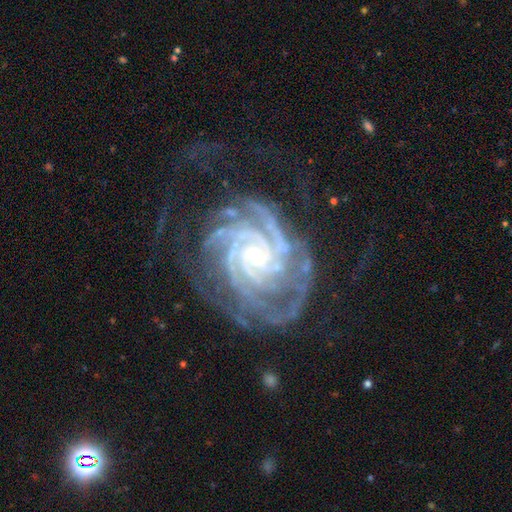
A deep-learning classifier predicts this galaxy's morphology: featured or disk 92%, star or artifact 5%, smooth 3%. Down the decision tree: edge-on disk — no (98%); bar — no (64%); spiral arms — yes (99%); spiral arm count — 4 (31%); spiral winding — tight (75%); bulge size — small (74%); merging — none (64%).